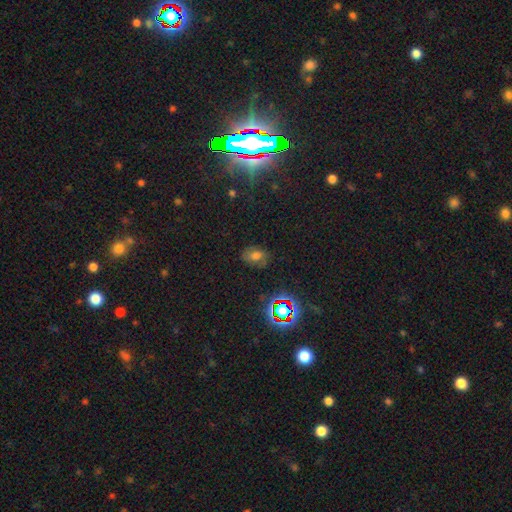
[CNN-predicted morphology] The model was most divided on "smooth or featured": smooth: 57%, star or artifact: 26%, featured or disk: 18%. More confident: merging — none (75%); how rounded — in between (75%).